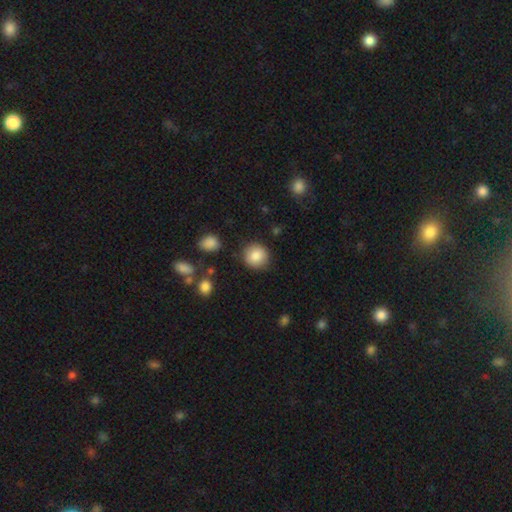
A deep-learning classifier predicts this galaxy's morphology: Q: Smooth or featured?
A: smooth (86%); runner-up: star or artifact (8%)
Q: How rounded?
A: round (91%); runner-up: in between (8%)
Q: Merging?
A: none (87%); runner-up: minor disturbance (8%)